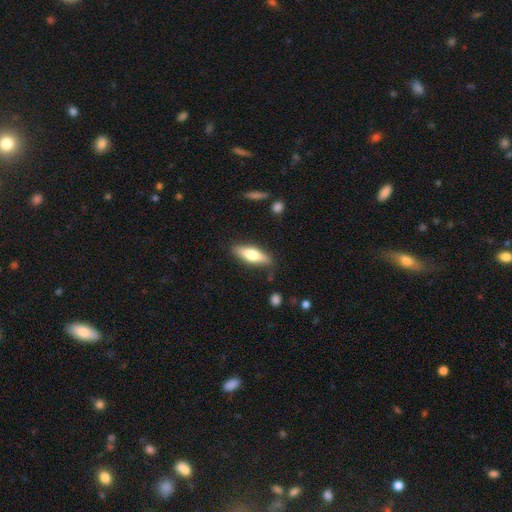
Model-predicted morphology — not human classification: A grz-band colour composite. It shows a smooth galaxy with no disk features (61%) that is in between round and cigar-shaped (53%). Merging: none (84%).